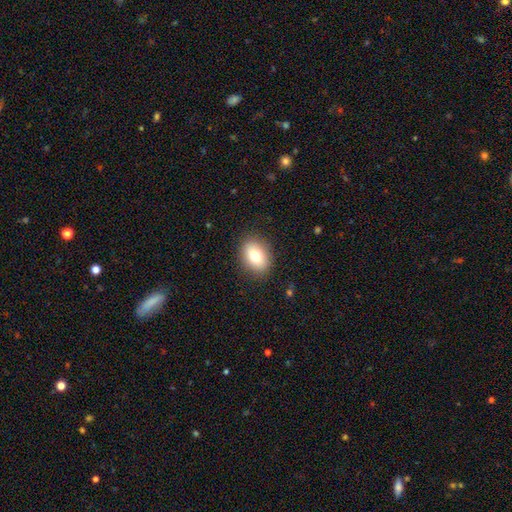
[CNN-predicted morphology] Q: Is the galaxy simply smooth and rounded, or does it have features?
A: smooth — 78%.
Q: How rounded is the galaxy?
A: in between — 73%.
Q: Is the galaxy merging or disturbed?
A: none — 87%.